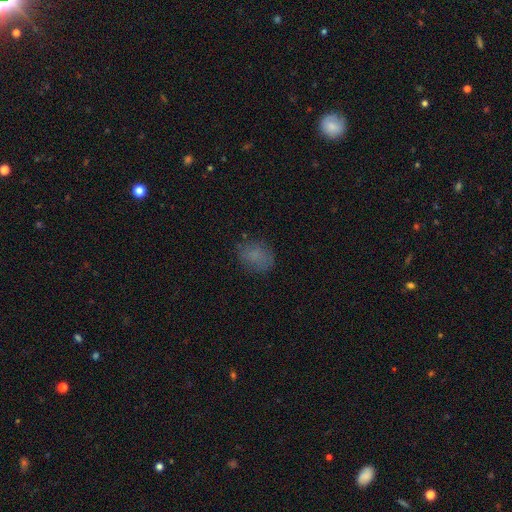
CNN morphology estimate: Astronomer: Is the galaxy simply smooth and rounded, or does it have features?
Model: smooth — 76%.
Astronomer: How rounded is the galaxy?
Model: in between — 54% (runner-up: round, 45%).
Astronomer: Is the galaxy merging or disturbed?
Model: none — 74%.